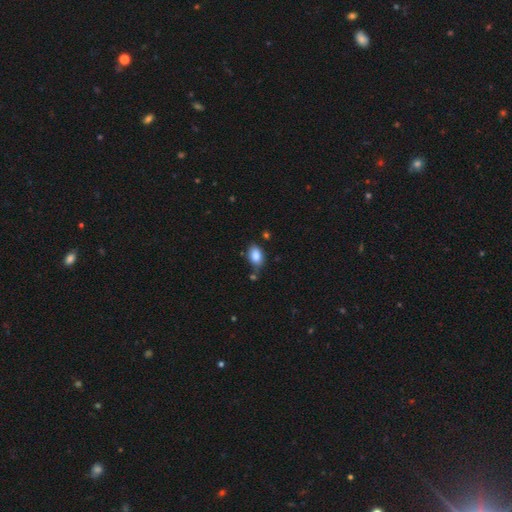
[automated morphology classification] Smooth or featured? smooth (86%)
How rounded? in between (88%)
Merging? none (70%)